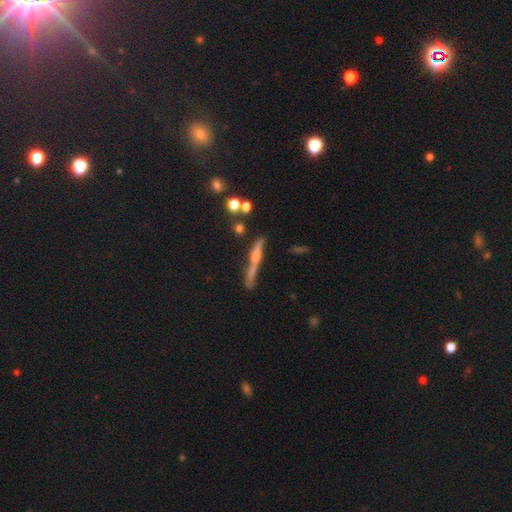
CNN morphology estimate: Smooth or featured? Predicted: featured or disk (p=0.59). Edge-on disk? Predicted: yes (p=0.90). Edge-on bulge? Predicted: rounded (p=0.54). Merging? Predicted: none (p=0.63).